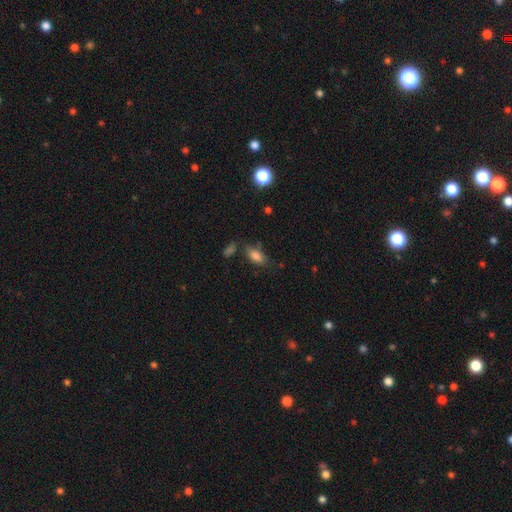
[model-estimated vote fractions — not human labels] Morphology: type=smooth (82%); roundness=in between (88%); merging=none (69%).